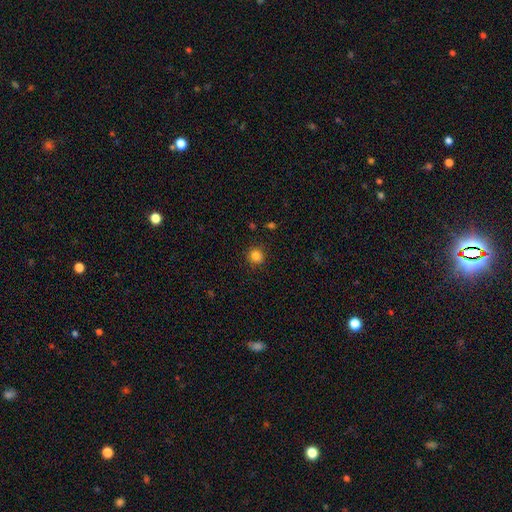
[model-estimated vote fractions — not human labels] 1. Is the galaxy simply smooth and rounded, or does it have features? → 84% smooth, 12% star or artifact, 5% featured or disk.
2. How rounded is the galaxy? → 87% round, 12% in between, 1% cigar-shaped.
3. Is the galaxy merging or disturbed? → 88% none, 8% minor disturbance, 2% major disturbance, 1% merger.